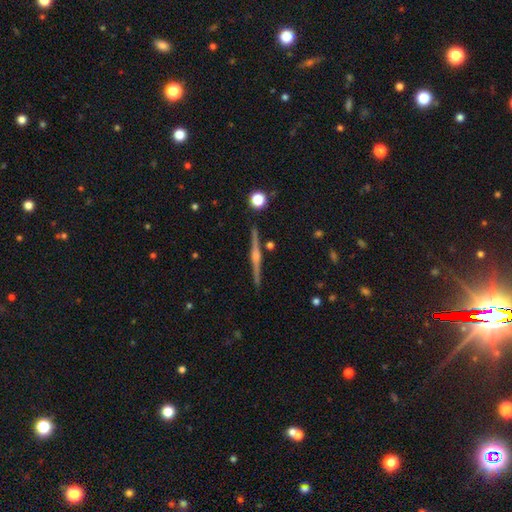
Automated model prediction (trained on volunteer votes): The model was most divided on "edge-on bulge": rounded: 81%, boxy: 11%, none: 8%. More confident: edge-on disk — yes (99%); merging — none (91%); smooth or featured — featured or disk (83%).